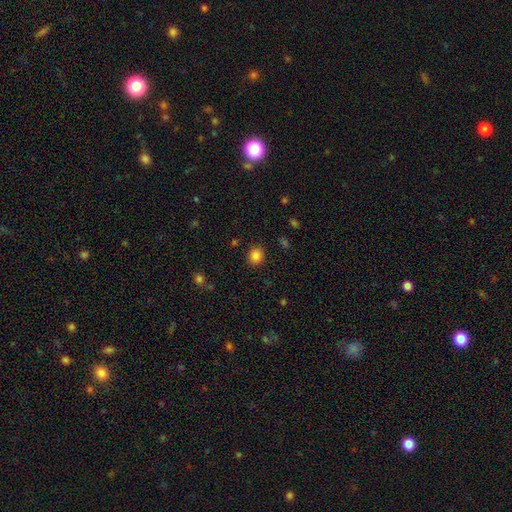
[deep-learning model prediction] Q: Smooth or featured?
A: smooth (85%); runner-up: star or artifact (12%)
Q: How rounded?
A: round (80%); runner-up: in between (19%)
Q: Merging?
A: none (88%); runner-up: minor disturbance (8%)